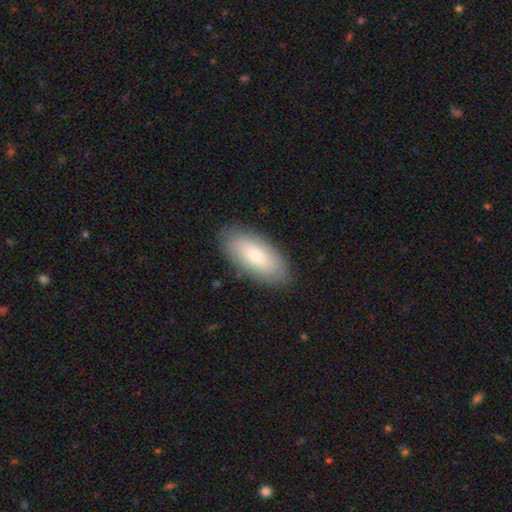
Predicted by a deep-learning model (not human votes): Smooth or featured? smooth (71%)
How rounded? in between (89%)
Merging? none (87%)